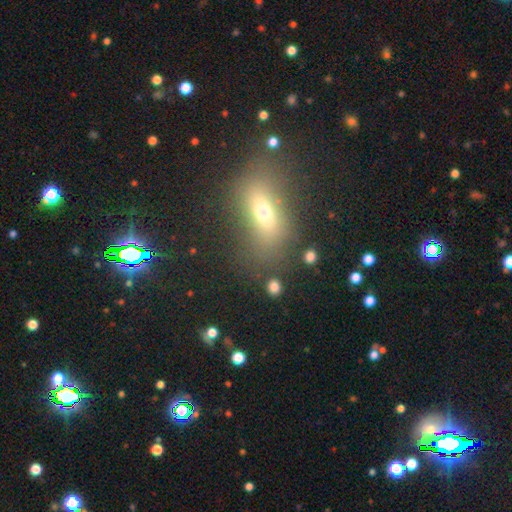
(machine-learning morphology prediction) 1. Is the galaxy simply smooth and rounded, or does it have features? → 55% smooth, 24% star or artifact, 21% featured or disk.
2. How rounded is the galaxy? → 68% in between, 22% cigar-shaped, 10% round.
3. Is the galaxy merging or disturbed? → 74% none, 14% minor disturbance, 8% major disturbance, 5% merger.